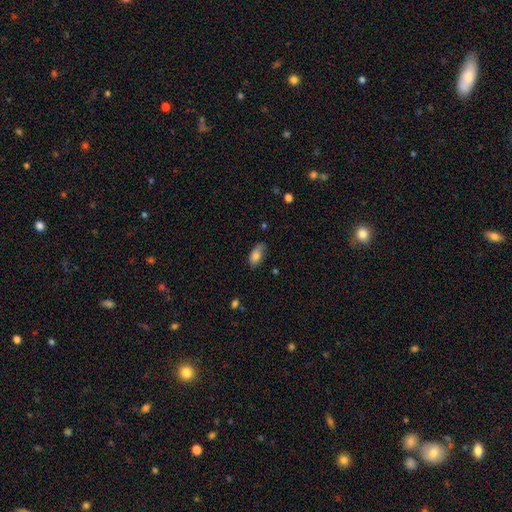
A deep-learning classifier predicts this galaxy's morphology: smooth-or-featured: smooth: 80% | featured or disk: 12% | star or artifact: 8%
  how-rounded: in between: 89% | cigar-shaped: 7% | round: 4%
  merging: none: 64% | minor disturbance: 28% | major disturbance: 6% | merger: 2%